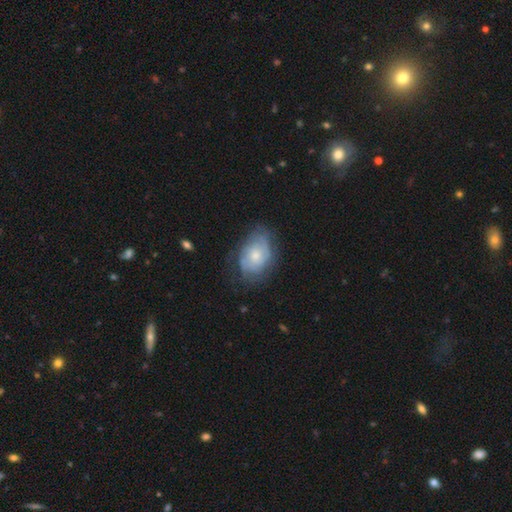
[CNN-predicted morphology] featured or disk 51%, smooth 42%, star or artifact 7%. Down the decision tree: edge-on disk — no (96%); merging — none (62%).